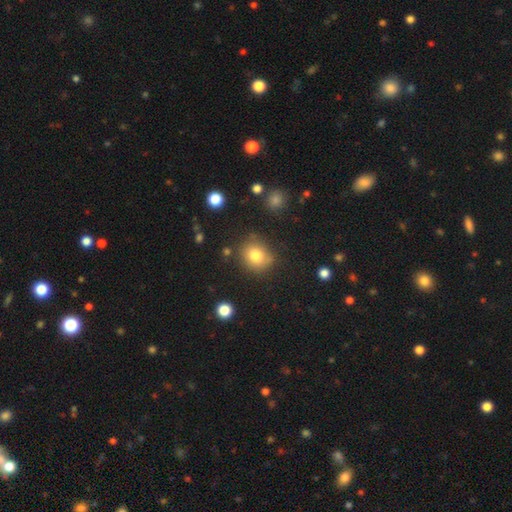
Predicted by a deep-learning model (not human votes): A smooth galaxy with no disk features (79%) that is round (70%). Merging: none (77%).